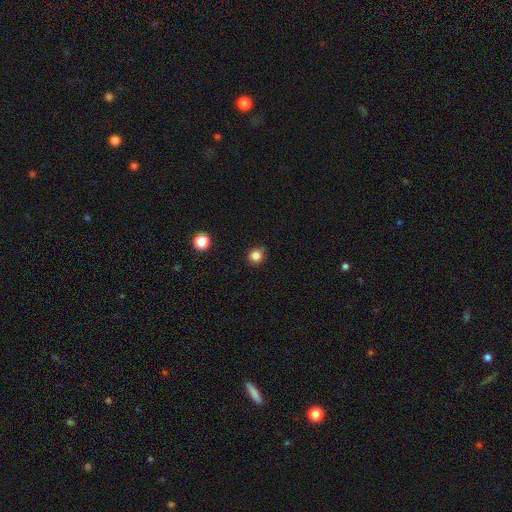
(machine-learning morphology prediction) smooth-or-featured: smooth: 83% | star or artifact: 13% | featured or disk: 4%
  how-rounded: round: 87% | in between: 12% | cigar-shaped: 1%
  merging: none: 79% | minor disturbance: 16% | major disturbance: 3% | merger: 1%